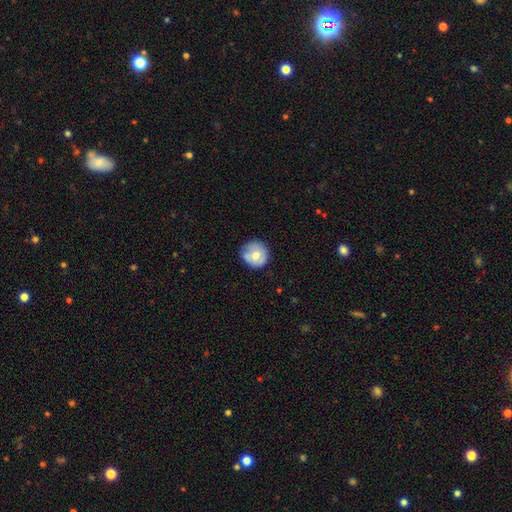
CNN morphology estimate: Overall: smooth (67%). How rounded: round (90%). Merging: none (68%).